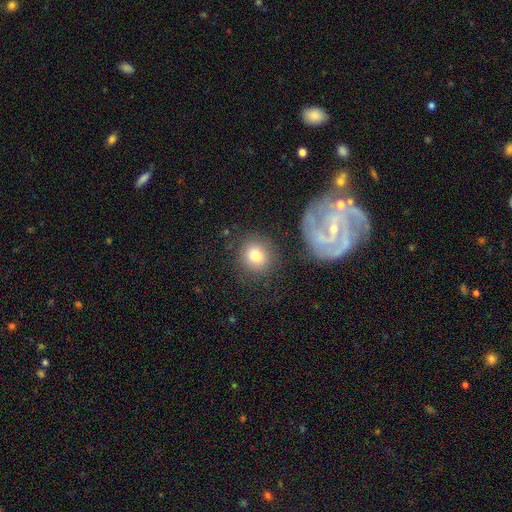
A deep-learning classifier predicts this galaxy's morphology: Smooth or featured? smooth (78%)
How rounded? round (84%)
Merging? none (79%)